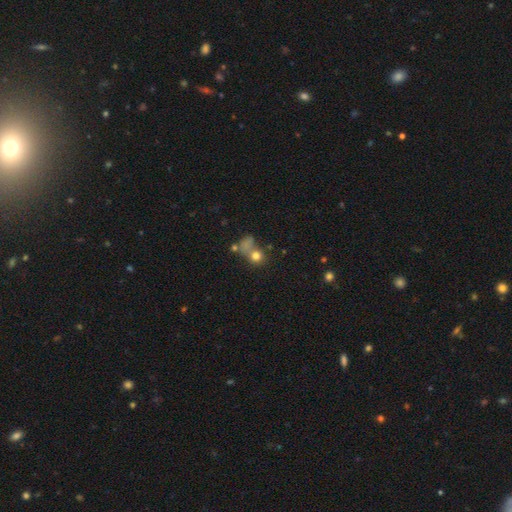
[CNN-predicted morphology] type=smooth (72%); roundness=round (79%); merging=none (40%).